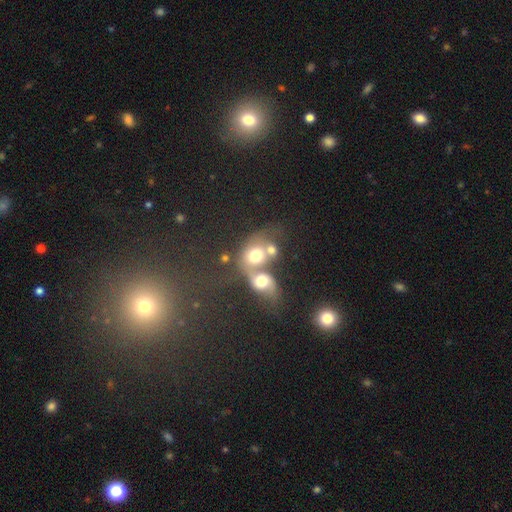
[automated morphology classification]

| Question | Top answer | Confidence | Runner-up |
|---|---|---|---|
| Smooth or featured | smooth | 55% | featured or disk (34%) |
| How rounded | in between | 50% | round (49%) |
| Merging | merger | 68% | none (15%) |